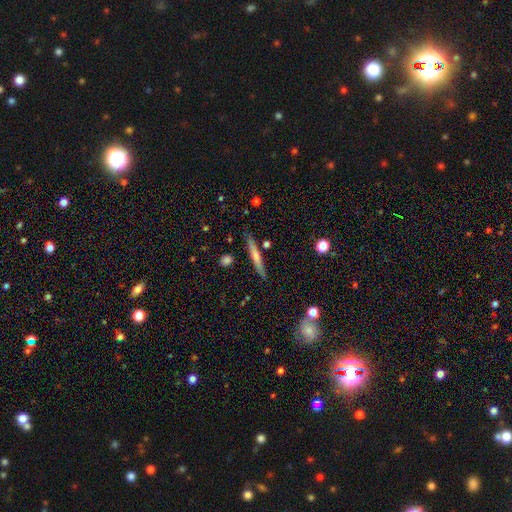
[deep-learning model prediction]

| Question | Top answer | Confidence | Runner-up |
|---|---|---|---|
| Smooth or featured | smooth | 54% | featured or disk (39%) |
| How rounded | cigar-shaped | 94% | in between (4%) |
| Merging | none | 86% | minor disturbance (9%) |